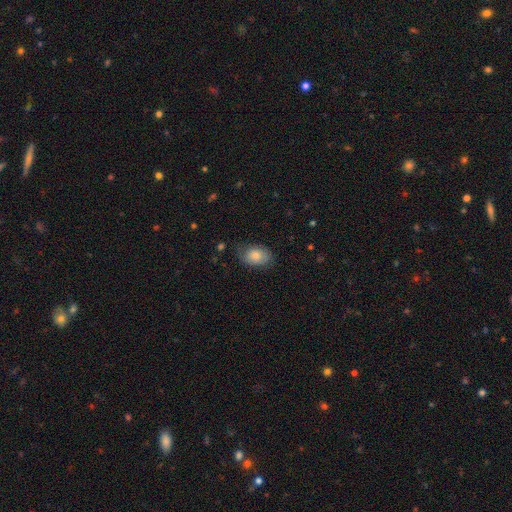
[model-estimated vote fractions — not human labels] This is likely a smooth galaxy (76%). How rounded: clearly in between (80%). Merging: likely none (67%).